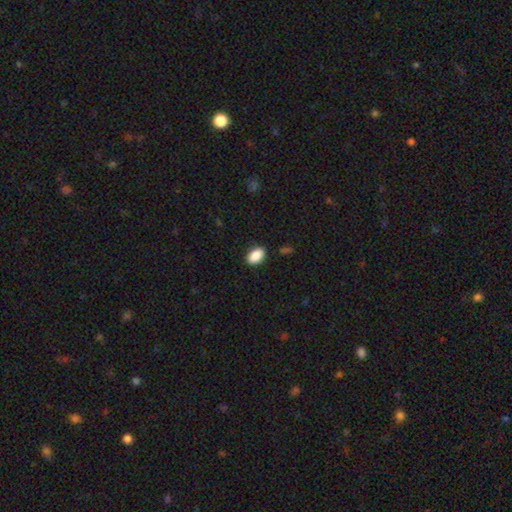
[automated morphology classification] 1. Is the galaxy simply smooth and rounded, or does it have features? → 90% smooth, 7% star or artifact, 3% featured or disk.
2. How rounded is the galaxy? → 91% in between, 8% round, 2% cigar-shaped.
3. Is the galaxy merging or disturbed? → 88% none, 8% minor disturbance, 2% major disturbance, 1% merger.